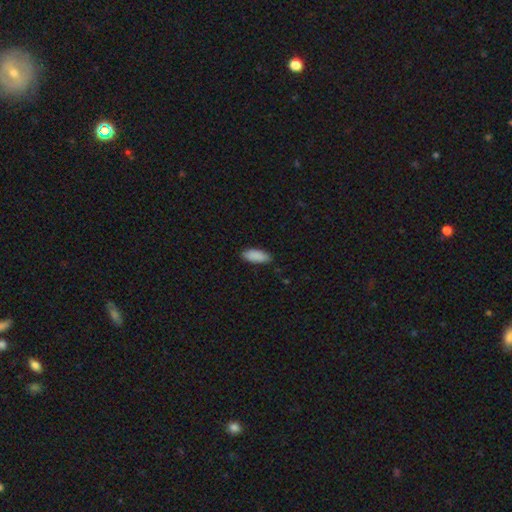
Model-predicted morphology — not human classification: This is clearly a smooth galaxy (90%). How rounded: clearly in between (82%). Merging: clearly none (84%).